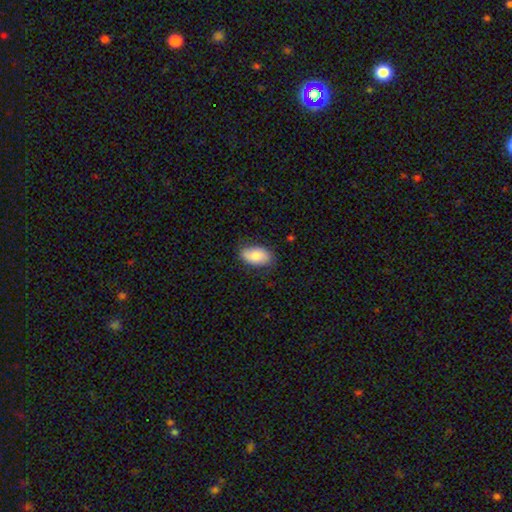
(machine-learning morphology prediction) The model was most divided on "merging": none: 77%, minor disturbance: 18%, major disturbance: 4%, merger: 1%. More confident: how rounded — in between (93%); smooth or featured — smooth (77%).